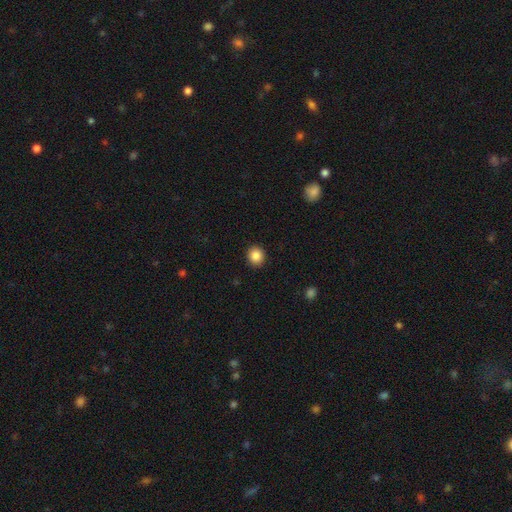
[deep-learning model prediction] A smooth galaxy with no disk features (87%) that is round (86%). Merging: none (92%).